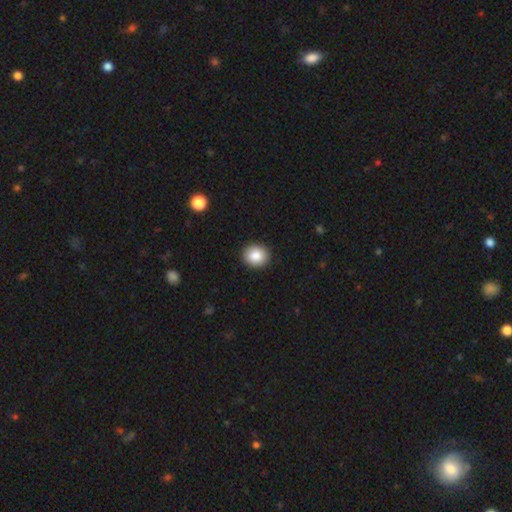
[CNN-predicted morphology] This is clearly a smooth galaxy (86%). How rounded: likely round (77%). Merging: clearly none (92%).